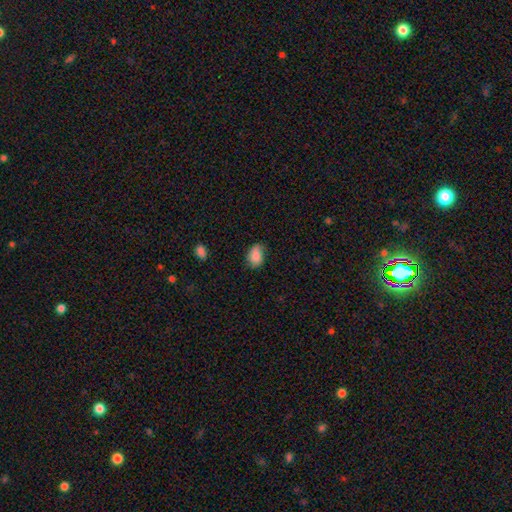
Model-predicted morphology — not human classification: type=smooth (86%); roundness=in between (82%); merging=none (68%).